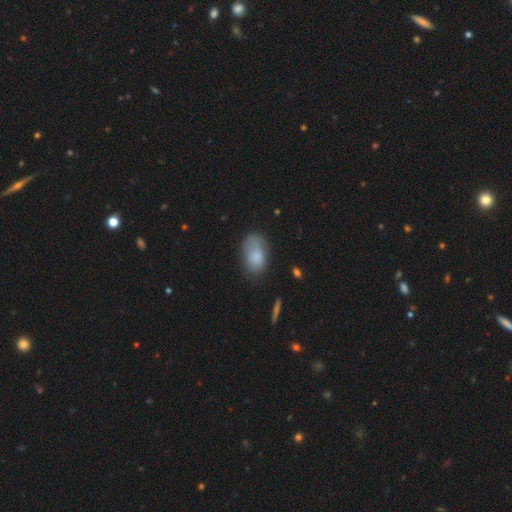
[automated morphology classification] type=smooth (79%); roundness=in between (90%); merging=none (58%).